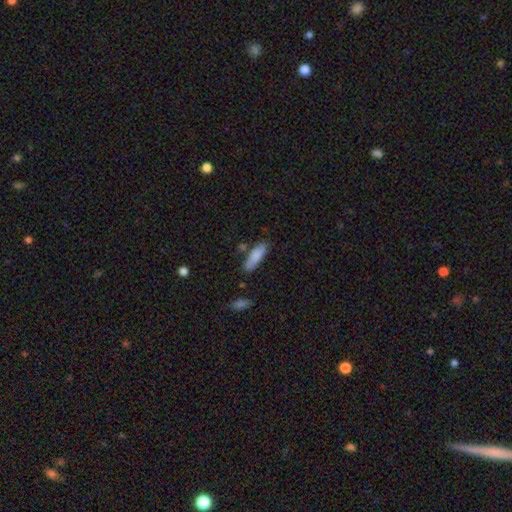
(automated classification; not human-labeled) Q: Smooth or featured?
A: smooth (83%); runner-up: featured or disk (11%)
Q: How rounded?
A: in between (54%); runner-up: cigar-shaped (44%)
Q: Merging?
A: none (75%); runner-up: minor disturbance (15%)